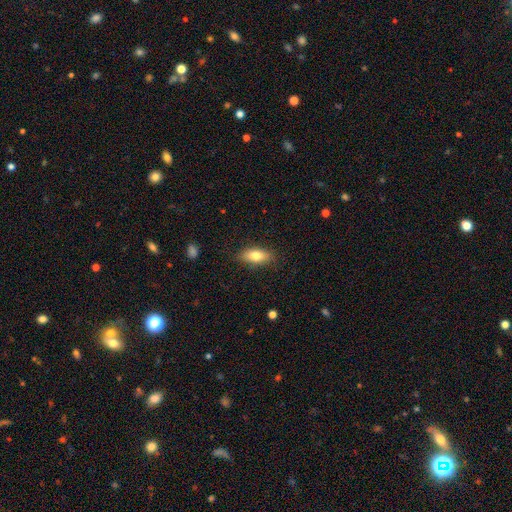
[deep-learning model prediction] Morphology: type=smooth (78%); roundness=in between (79%); merging=none (85%).